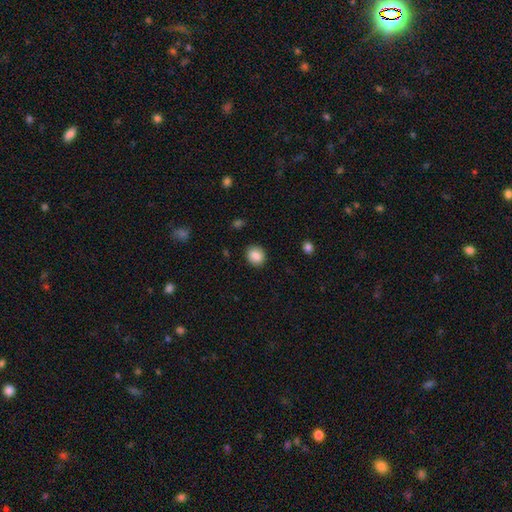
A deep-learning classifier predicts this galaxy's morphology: Overall: smooth (87%). How rounded: round (69%; in between 30%). Merging: none (88%).